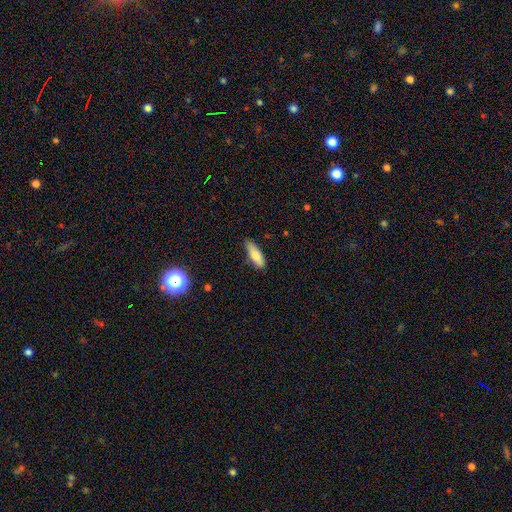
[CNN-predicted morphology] This appears to be a smooth galaxy with no disk features (78%) that is in between round and cigar-shaped (55%). Merging: none (76%).